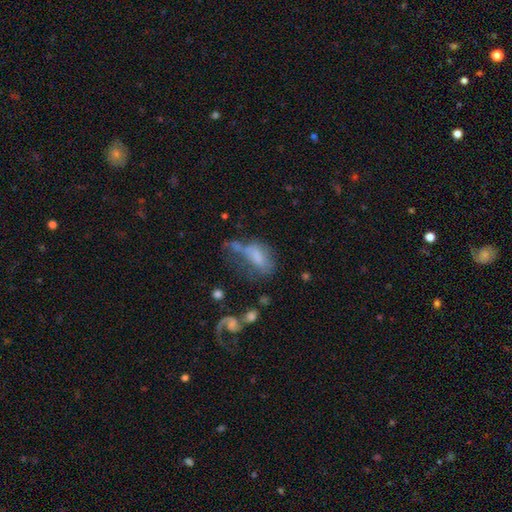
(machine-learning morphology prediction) A smooth galaxy with no disk features (49%).

Vote fractions:
- Smooth or featured? smooth: 49% / featured or disk: 37% / star or artifact: 13%
- Merging? major disturbance: 38% / merger: 22% / none: 21% / minor disturbance: 19%